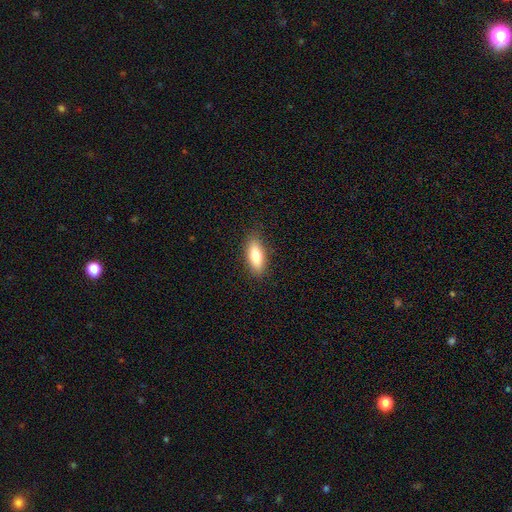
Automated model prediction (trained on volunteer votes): The model was most divided on "how rounded": in between: 70%, cigar-shaped: 27%, round: 2%. More confident: merging — none (86%); smooth or featured — smooth (79%).